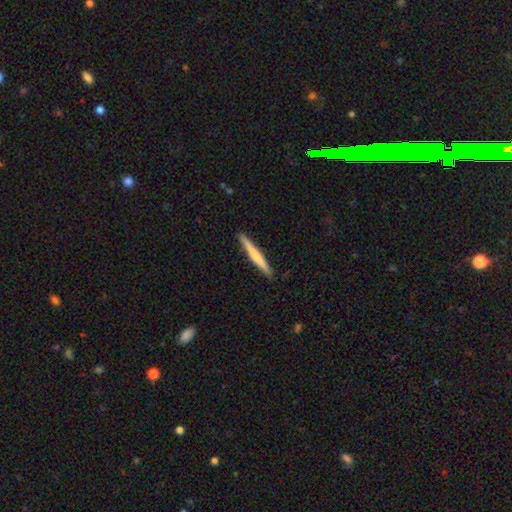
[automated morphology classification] Smooth or featured: smooth — 57% (featured or disk — 38%)
How rounded: cigar-shaped — 96% (in between — 3%)
Merging: none — 91% (minor disturbance — 7%)